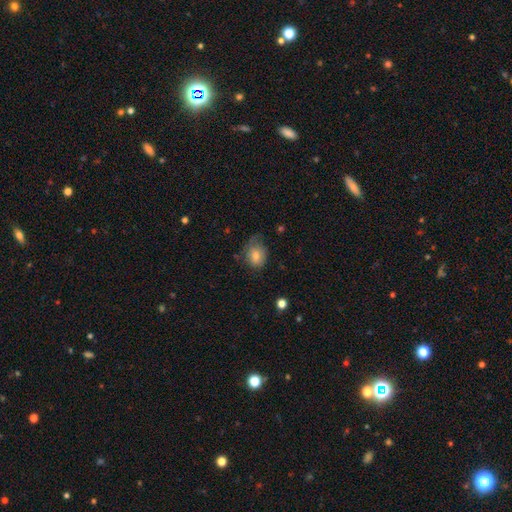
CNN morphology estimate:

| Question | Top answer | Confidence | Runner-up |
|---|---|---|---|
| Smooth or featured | smooth | 71% | featured or disk (19%) |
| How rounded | in between | 56% | round (43%) |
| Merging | none | 50% | minor disturbance (33%) |